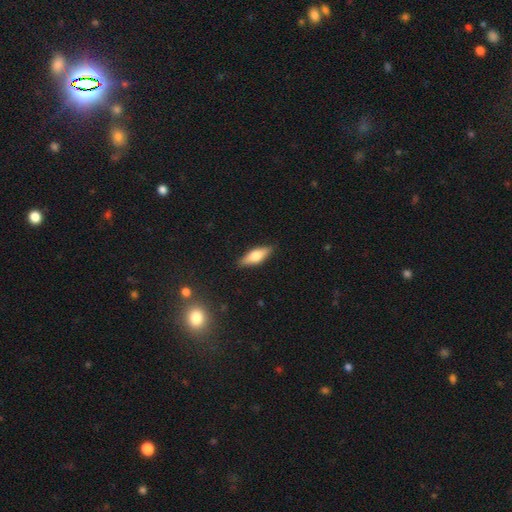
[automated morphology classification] smooth_or_featured: smooth (p=0.59) [alt: featured or disk p=0.34]
how_rounded: in between (p=0.59) [alt: cigar-shaped p=0.39]
merging: none (p=0.87) [alt: minor disturbance p=0.10]